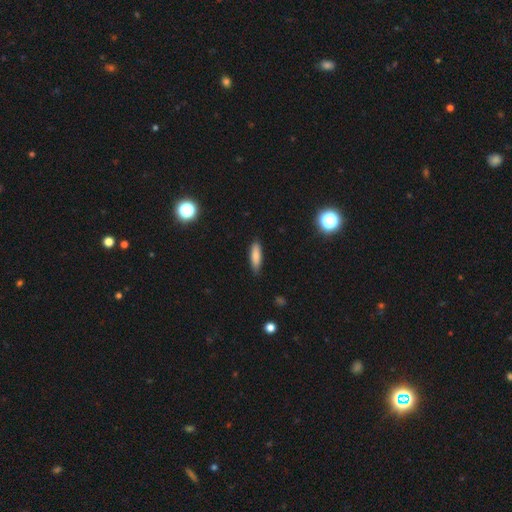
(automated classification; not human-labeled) smooth_or_featured: smooth (p=0.81) [alt: featured or disk p=0.11]
how_rounded: cigar-shaped (p=0.57) [alt: in between p=0.41]
merging: none (p=0.84) [alt: minor disturbance p=0.13]